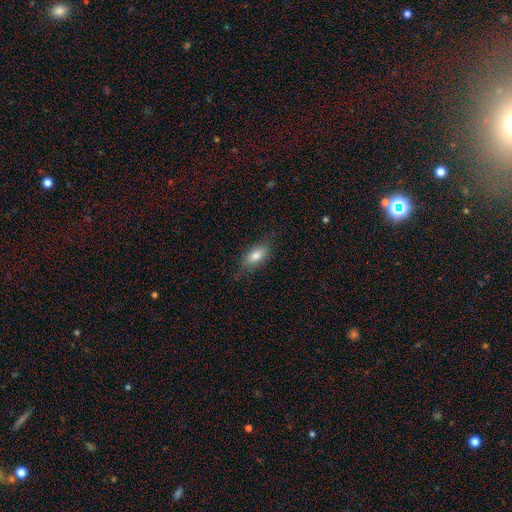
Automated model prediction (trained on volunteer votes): smooth-or-featured: smooth: 78% | featured or disk: 15% | star or artifact: 8%
  how-rounded: in between: 84% | cigar-shaped: 12% | round: 4%
  merging: none: 75% | minor disturbance: 19% | major disturbance: 5% | merger: 1%